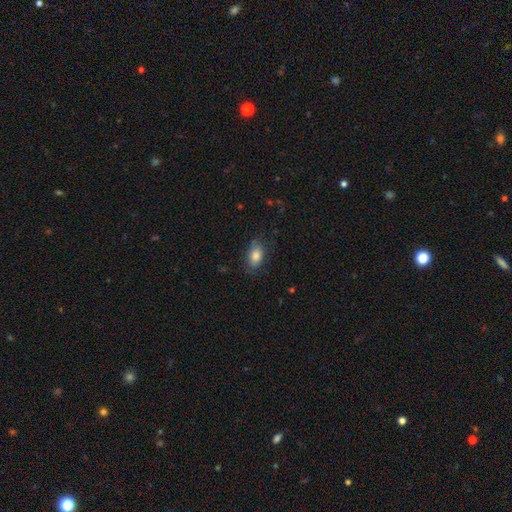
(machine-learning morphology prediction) This is clearly a smooth galaxy (82%). How rounded: clearly in between (88%). Merging: likely none (75%).